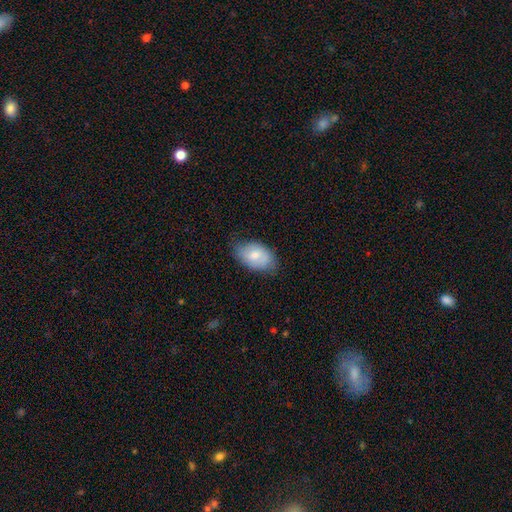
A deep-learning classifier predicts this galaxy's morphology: smooth 74%, featured or disk 20%, star or artifact 6%. Down the decision tree: how rounded — in between (92%); merging — none (67%).